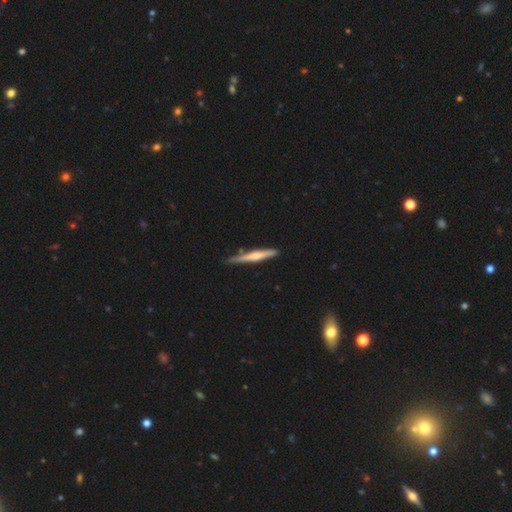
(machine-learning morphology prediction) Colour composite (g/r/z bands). It shows a featured or disk galaxy (55%) viewed edge-on (97%) with a rounded central bulge (67%). Merging: none (82%).